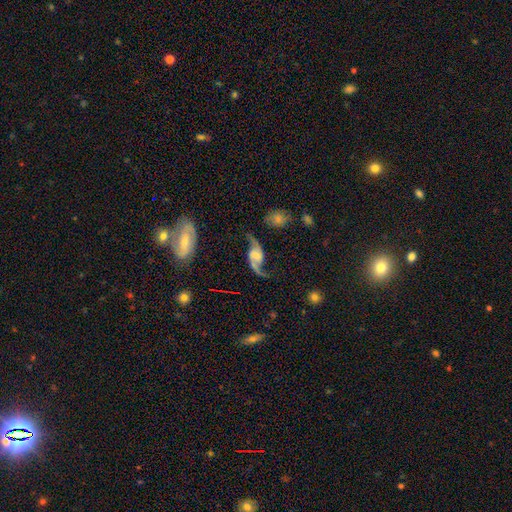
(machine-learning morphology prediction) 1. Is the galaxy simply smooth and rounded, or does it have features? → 88% featured or disk, 6% smooth, 5% star or artifact.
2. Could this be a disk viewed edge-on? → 96% no, 4% yes.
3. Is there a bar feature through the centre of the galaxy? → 46% no, 39% weak, 15% strong.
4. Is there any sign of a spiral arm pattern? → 97% yes, 3% no.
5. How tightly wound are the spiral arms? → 84% loose, 13% medium, 3% tight.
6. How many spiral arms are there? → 93% 2, 3% 1, 1% can't tell, 1% 3, 1% 4, 1% more than 4.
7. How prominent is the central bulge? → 32% small, 26% none, 26% moderate, 12% large, 3% dominant.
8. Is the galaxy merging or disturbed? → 67% none, 17% minor disturbance, 12% major disturbance, 4% merger.